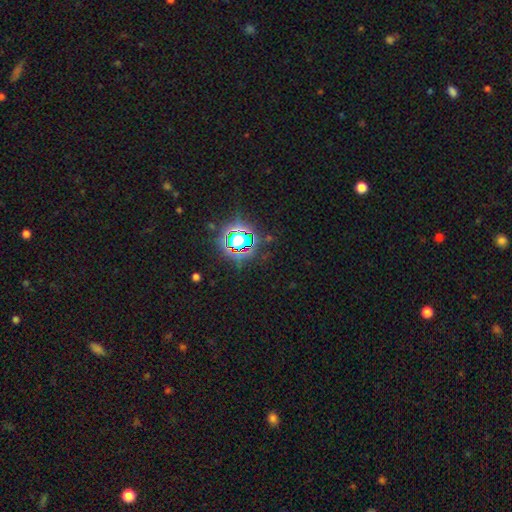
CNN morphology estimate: star or artifact 80%, smooth 12%, featured or disk 7%.